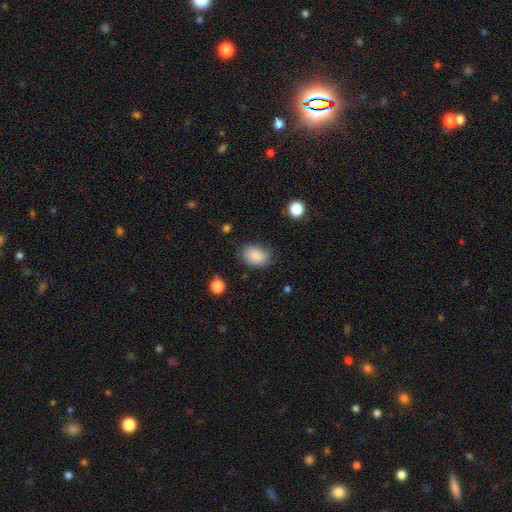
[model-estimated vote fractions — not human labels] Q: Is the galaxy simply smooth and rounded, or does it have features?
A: smooth — 86%.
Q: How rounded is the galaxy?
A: in between — 84%.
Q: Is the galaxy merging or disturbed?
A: none — 74%.